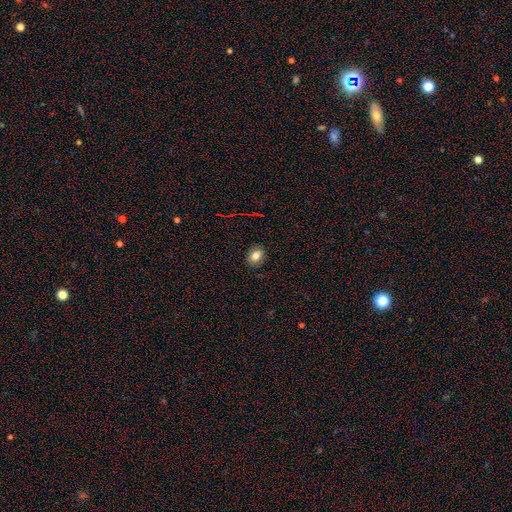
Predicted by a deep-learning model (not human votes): smooth-or-featured: smooth: 78% | star or artifact: 12% | featured or disk: 10%
  how-rounded: in between: 54% | round: 45% | cigar-shaped: 1%
  merging: none: 88% | minor disturbance: 9% | major disturbance: 2% | merger: 1%